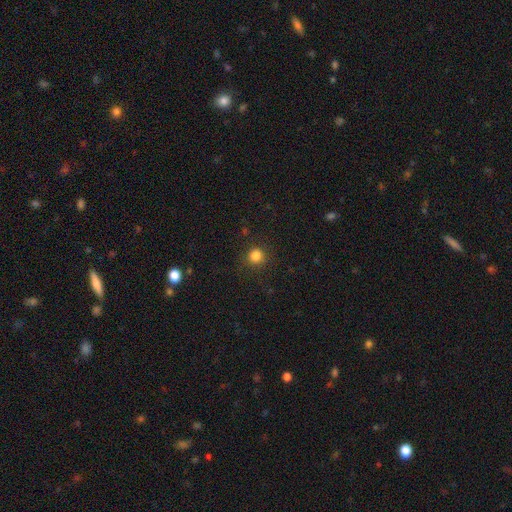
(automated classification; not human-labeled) Smooth or featured? Predicted: smooth (p=0.84). How rounded? Predicted: round (p=0.91). Merging? Predicted: none (p=0.87).